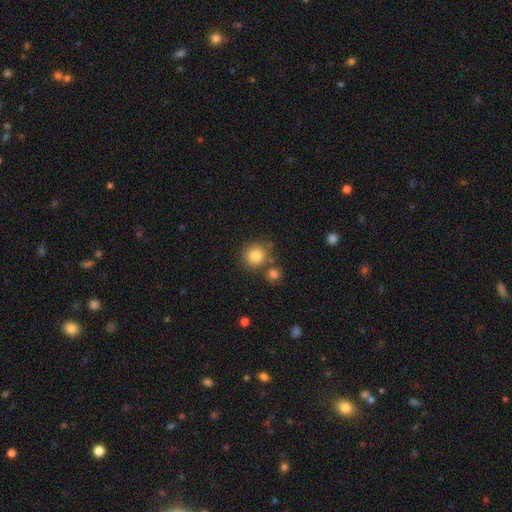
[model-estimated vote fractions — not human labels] Smooth or featured?
  - smooth: 84% *
  - star or artifact: 10%
  - featured or disk: 7%
How rounded?
  - round: 91% *
  - in between: 8%
  - cigar-shaped: 1%
Merging?
  - none: 71% *
  - merger: 16%
  - minor disturbance: 10%
  - major disturbance: 3%